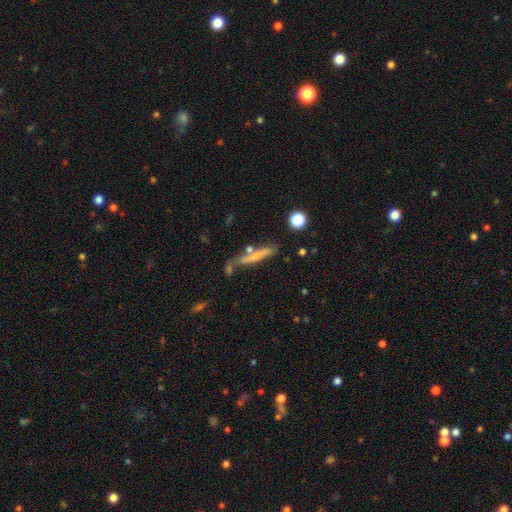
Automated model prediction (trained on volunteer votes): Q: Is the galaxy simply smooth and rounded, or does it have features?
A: smooth — 52%.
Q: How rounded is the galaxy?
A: cigar-shaped — 86%.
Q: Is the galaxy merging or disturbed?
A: none — 55%.